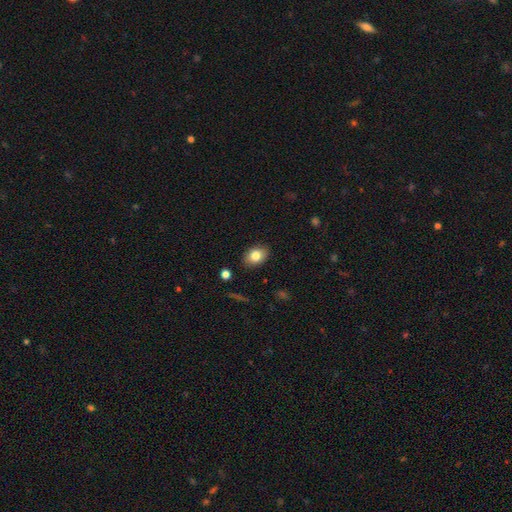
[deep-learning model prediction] This appears to be a smooth galaxy with no disk features (81%) that is in between round and cigar-shaped (75%). Merging: none (87%).